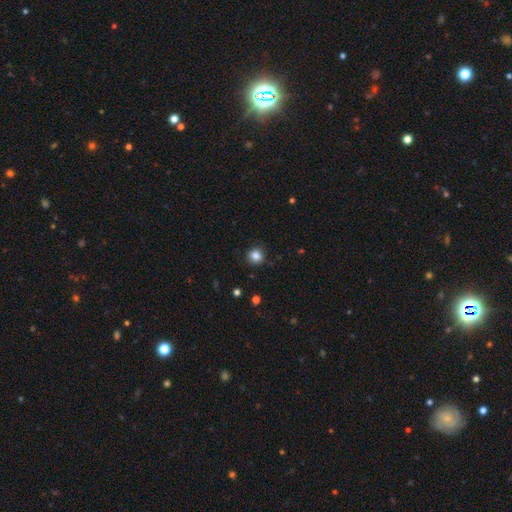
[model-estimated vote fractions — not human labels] Morphology: type=smooth (84%); roundness=round (91%); merging=none (89%).